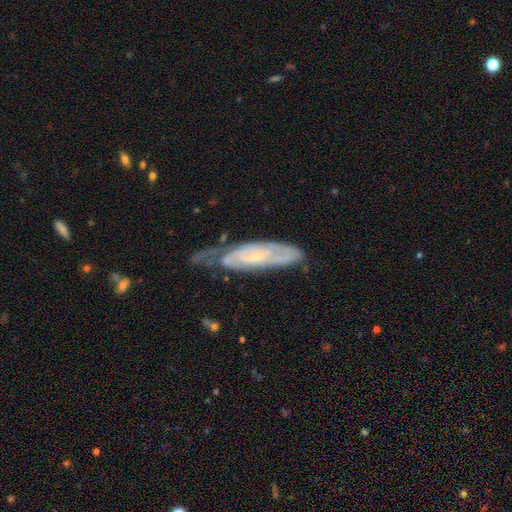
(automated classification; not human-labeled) Smooth or featured? featured or disk (73%)
Edge-on disk? no (79%)
Bar? no (69%)
Spiral arms? yes (80%)
Bulge size? small (75%)
Merging? none (42%)